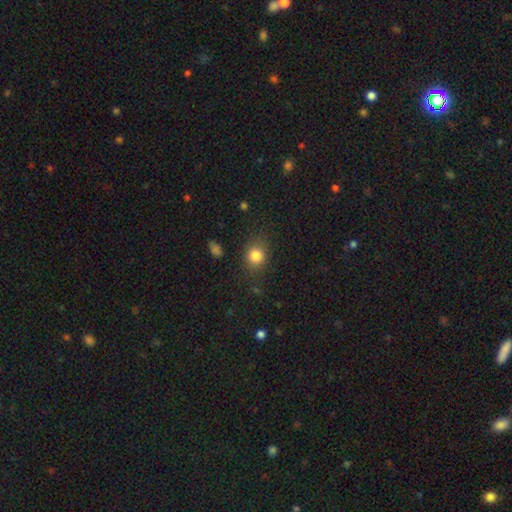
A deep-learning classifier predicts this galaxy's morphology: Smooth or featured: smooth — 83% (star or artifact — 11%)
How rounded: round — 69% (in between — 30%)
Merging: none — 82% (minor disturbance — 13%)